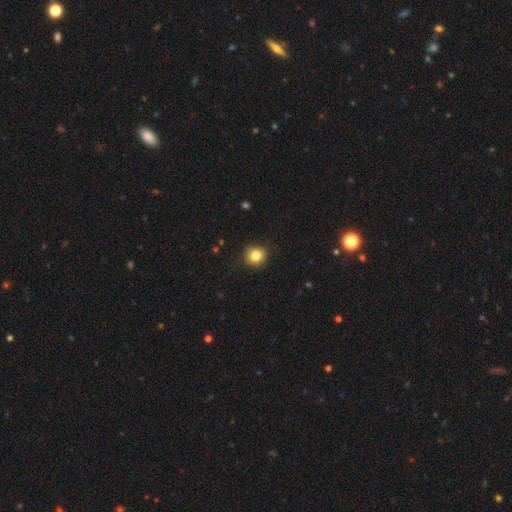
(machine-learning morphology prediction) Smooth or featured?
  - smooth: 84% *
  - star or artifact: 10%
  - featured or disk: 6%
How rounded?
  - round: 90% *
  - in between: 9%
  - cigar-shaped: 1%
Merging?
  - none: 89% *
  - minor disturbance: 8%
  - major disturbance: 2%
  - merger: 1%